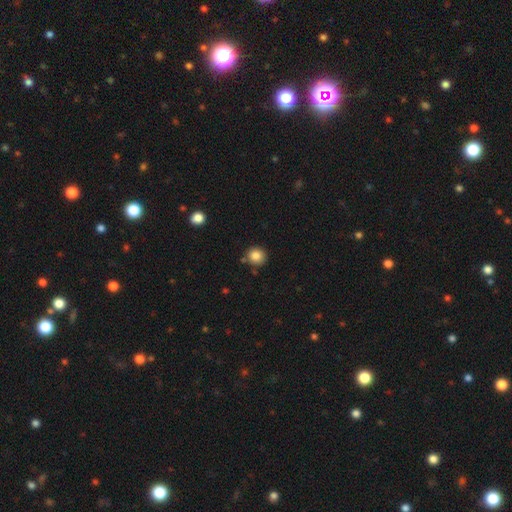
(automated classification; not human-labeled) smooth_or_featured: smooth (p=0.85) [alt: star or artifact p=0.10]
how_rounded: round (p=0.86) [alt: in between p=0.14]
merging: none (p=0.82) [alt: minor disturbance p=0.10]